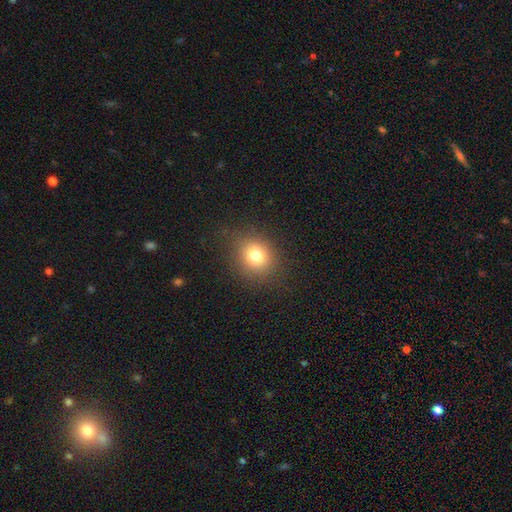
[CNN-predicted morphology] Smooth or featured? smooth (77%)
How rounded? round (79%)
Merging? none (82%)